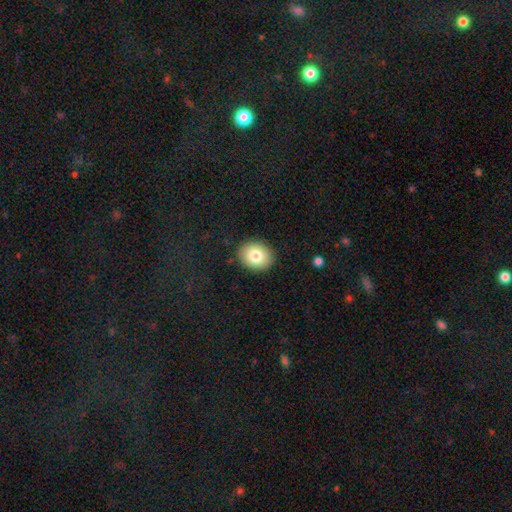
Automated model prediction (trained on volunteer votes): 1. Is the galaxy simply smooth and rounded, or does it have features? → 81% smooth, 10% featured or disk, 9% star or artifact.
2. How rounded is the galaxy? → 56% round, 43% in between, 1% cigar-shaped.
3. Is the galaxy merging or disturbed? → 89% none, 8% minor disturbance, 2% major disturbance, 1% merger.